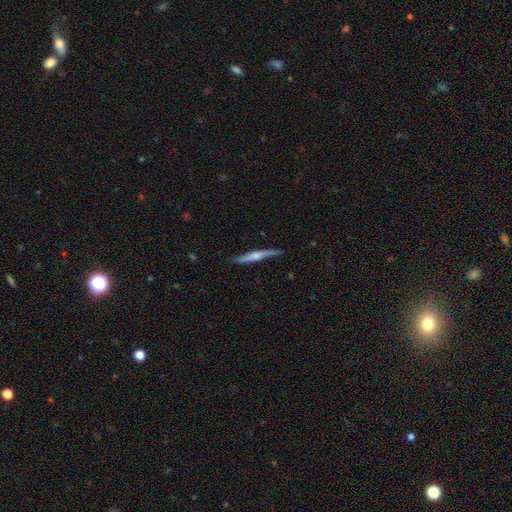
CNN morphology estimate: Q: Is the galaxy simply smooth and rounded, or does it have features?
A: featured or disk — 72%.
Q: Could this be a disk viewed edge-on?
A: yes — 96%.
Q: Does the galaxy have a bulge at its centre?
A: rounded — 82%.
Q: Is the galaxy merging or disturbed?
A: none — 84%.